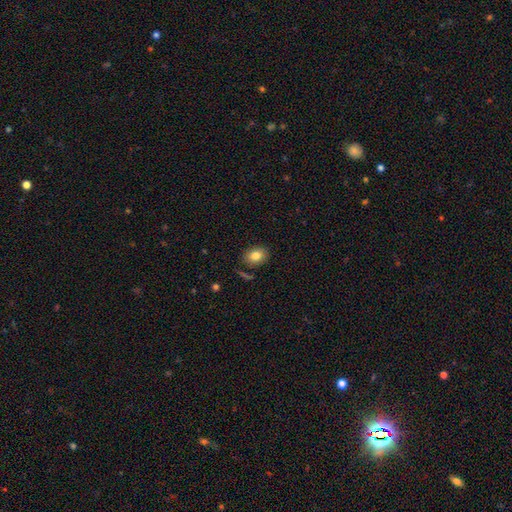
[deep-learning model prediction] Smooth or featured? Predicted: smooth (p=0.81). How rounded? Predicted: in between (p=0.65). Merging? Predicted: none (p=0.83).